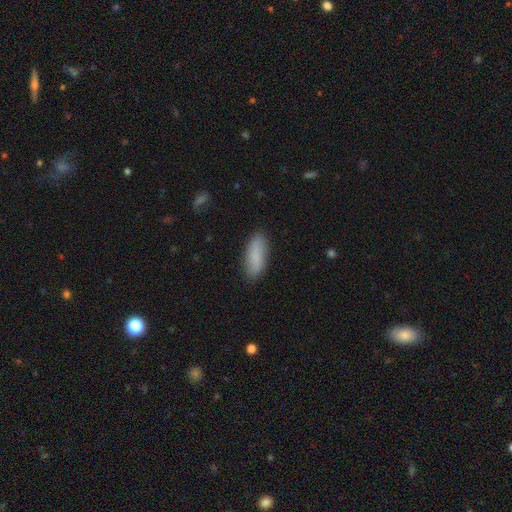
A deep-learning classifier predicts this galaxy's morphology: Smooth or featured? Predicted: smooth (p=0.85). How rounded? Predicted: in between (p=0.62). Merging? Predicted: none (p=0.87).